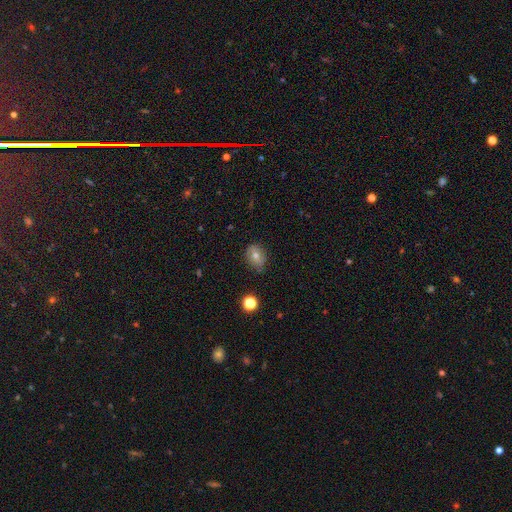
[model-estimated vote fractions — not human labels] Smooth or featured: smooth — 60% (featured or disk — 25%)
How rounded: in between — 56% (round — 43%)
Merging: none — 74% (minor disturbance — 20%)